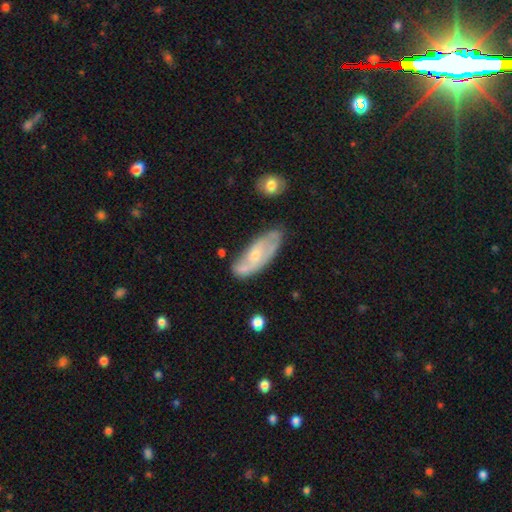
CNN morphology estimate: This appears to be a featured or disk galaxy (58%). Merging: none (57%).